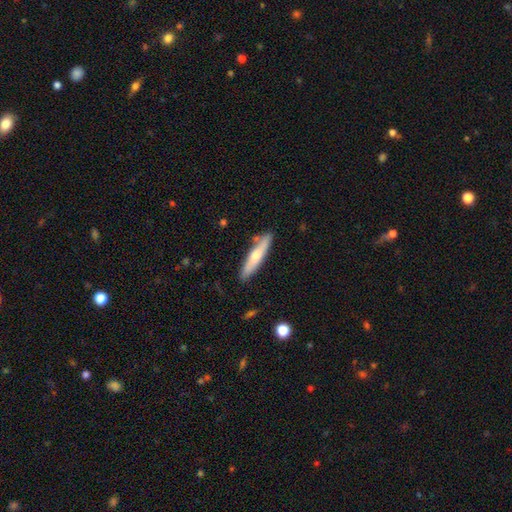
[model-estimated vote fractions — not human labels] This is possibly a smooth galaxy (54%). How rounded: clearly cigar-shaped (88%). Merging: clearly none (83%).